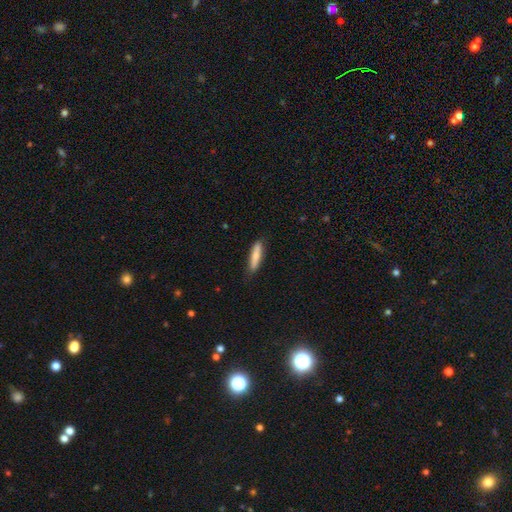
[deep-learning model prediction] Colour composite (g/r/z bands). It shows a smooth galaxy with no disk features (78%) that is cigar-shaped (82%). Merging: none (83%).